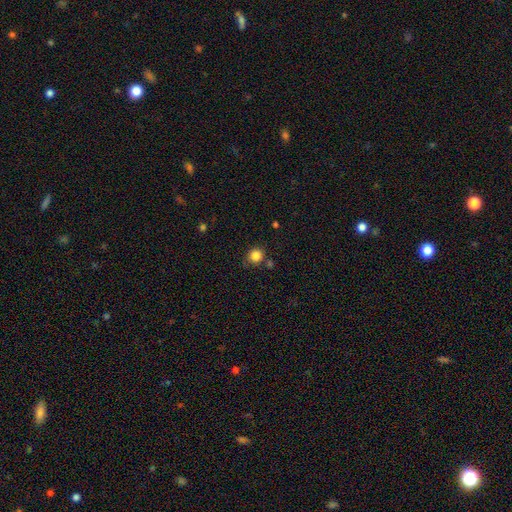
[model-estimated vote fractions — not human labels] The model was most divided on "merging": none: 76%, minor disturbance: 13%, merger: 7%, major disturbance: 4%. More confident: how rounded — round (89%); smooth or featured — smooth (85%).